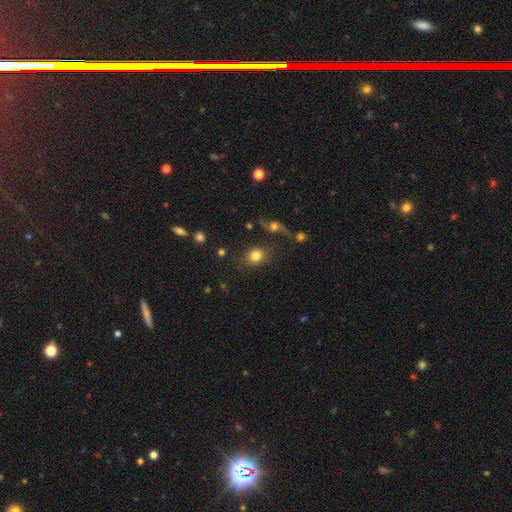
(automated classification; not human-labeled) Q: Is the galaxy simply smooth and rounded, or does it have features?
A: smooth — 79%.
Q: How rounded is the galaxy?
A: round — 53%.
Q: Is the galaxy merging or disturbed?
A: none — 74%.